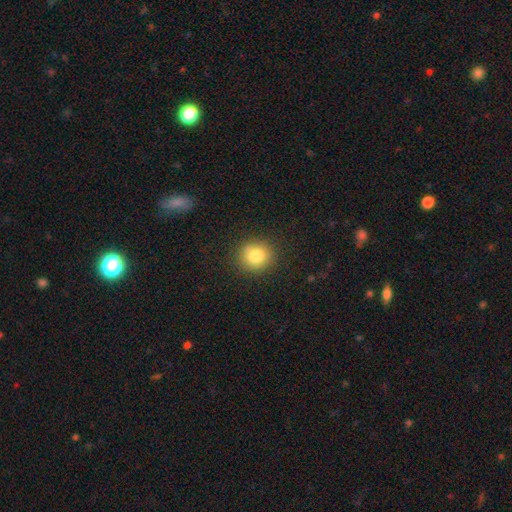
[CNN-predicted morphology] This appears to be a smooth galaxy with no disk features (81%) that is round (84%). Merging: none (84%).